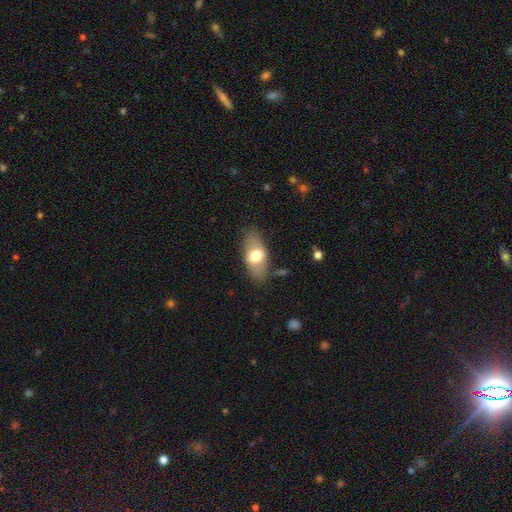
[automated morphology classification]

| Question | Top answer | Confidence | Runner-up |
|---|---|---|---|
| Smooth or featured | smooth | 63% | featured or disk (31%) |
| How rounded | in between | 86% | cigar-shaped (9%) |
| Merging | none | 81% | minor disturbance (13%) |